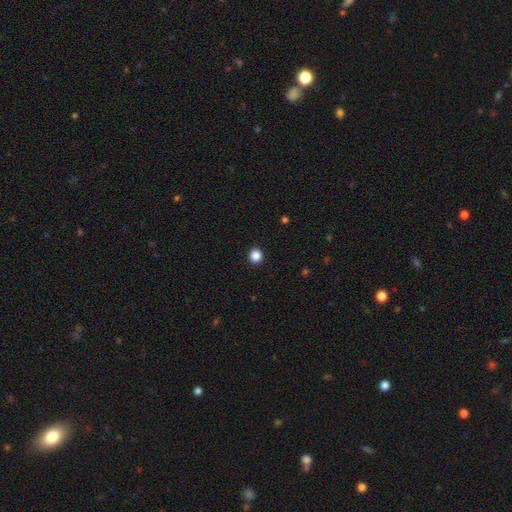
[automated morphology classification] type=smooth (87%); roundness=round (92%); merging=none (93%).